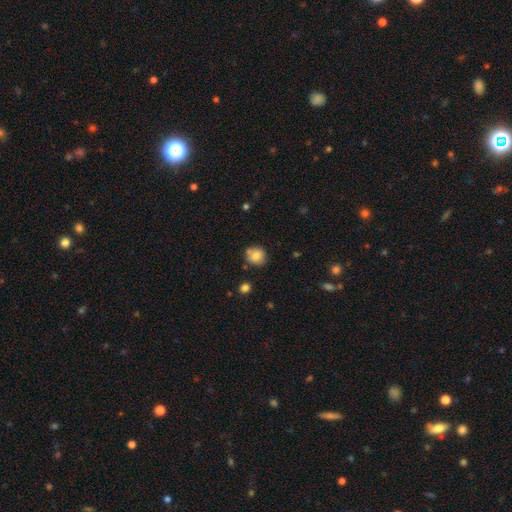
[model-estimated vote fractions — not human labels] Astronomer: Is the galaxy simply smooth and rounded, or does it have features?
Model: smooth — 78%.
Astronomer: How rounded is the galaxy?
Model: round — 82%.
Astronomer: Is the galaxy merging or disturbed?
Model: none — 72%.